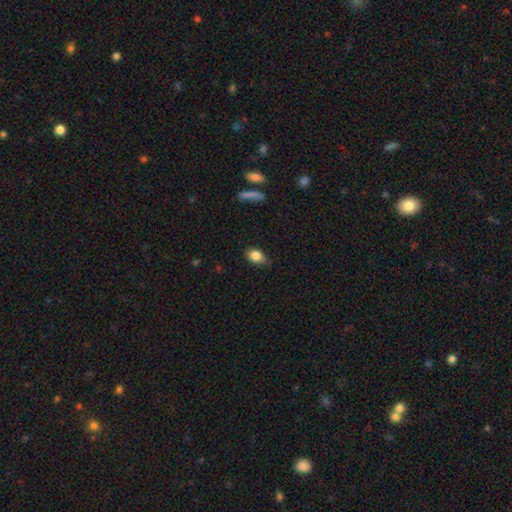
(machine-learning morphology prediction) smooth 83%, star or artifact 8%, featured or disk 8%. Down the decision tree: how rounded — in between (73%); merging — none (59%).